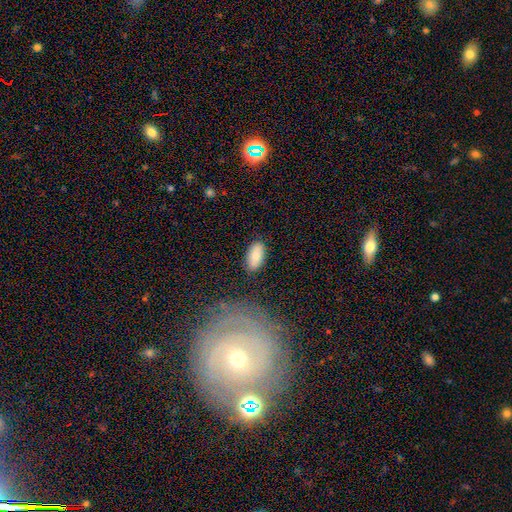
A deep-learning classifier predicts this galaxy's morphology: Smooth or featured? smooth (82%)
How rounded? in between (91%)
Merging? none (84%)